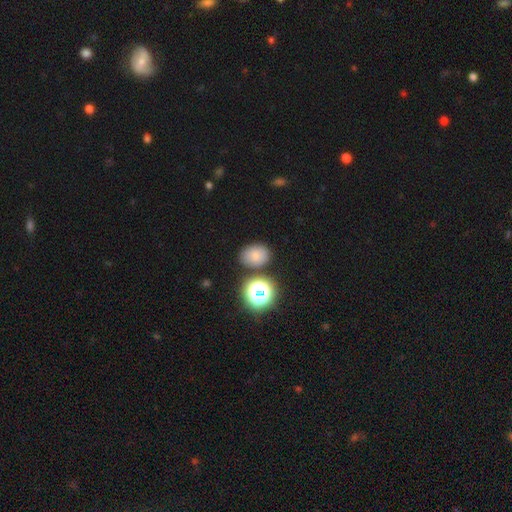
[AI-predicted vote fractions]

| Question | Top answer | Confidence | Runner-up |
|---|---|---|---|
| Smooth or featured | smooth | 72% | star or artifact (18%) |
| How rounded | in between | 59% | round (40%) |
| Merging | none | 78% | minor disturbance (12%) |